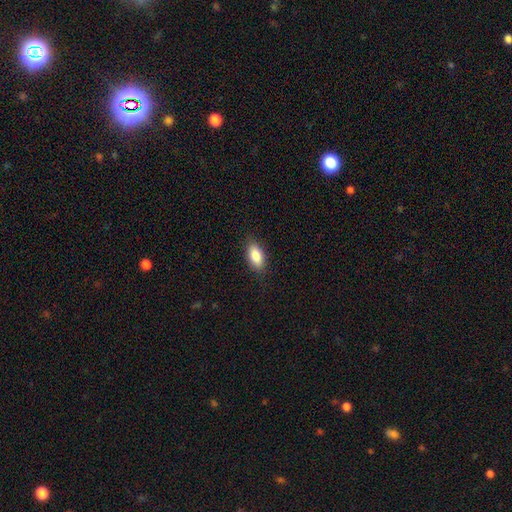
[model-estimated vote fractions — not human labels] This appears to be a smooth galaxy with no disk features (87%) that is in between round and cigar-shaped (89%). Merging: none (86%).